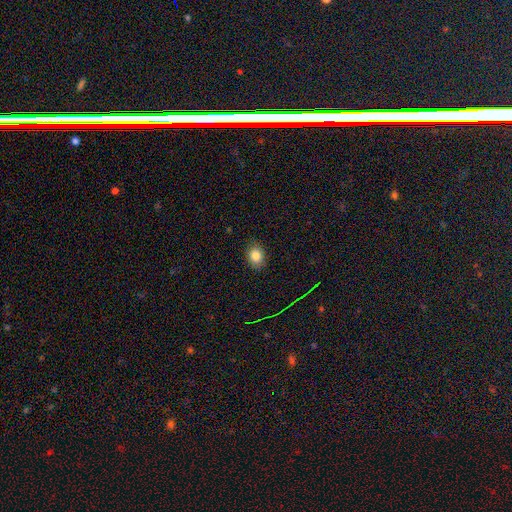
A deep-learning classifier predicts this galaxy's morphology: Smooth or featured?
  - smooth: 83% *
  - star or artifact: 11%
  - featured or disk: 6%
How rounded?
  - in between: 58% *
  - round: 41%
  - cigar-shaped: 1%
Merging?
  - none: 85% *
  - minor disturbance: 11%
  - major disturbance: 3%
  - merger: 1%